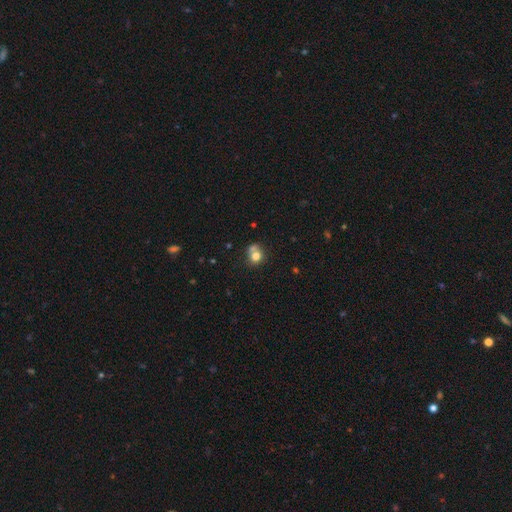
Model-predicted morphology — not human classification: Smooth or featured? smooth (76%)
How rounded? round (76%)
Merging? none (42%)